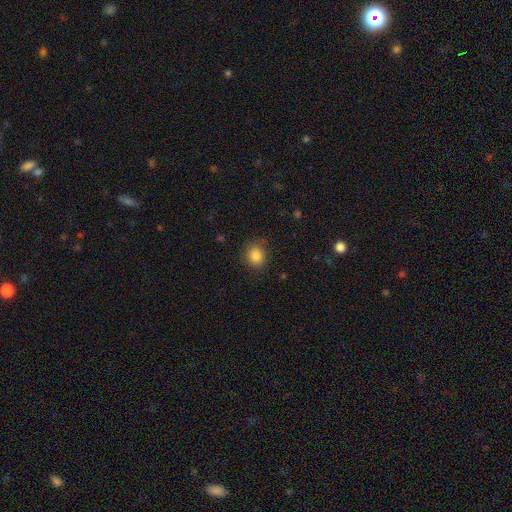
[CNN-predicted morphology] smooth_or_featured: smooth (p=0.85) [alt: star or artifact p=0.11]
how_rounded: round (p=0.83) [alt: in between p=0.16]
merging: none (p=0.84) [alt: minor disturbance p=0.11]